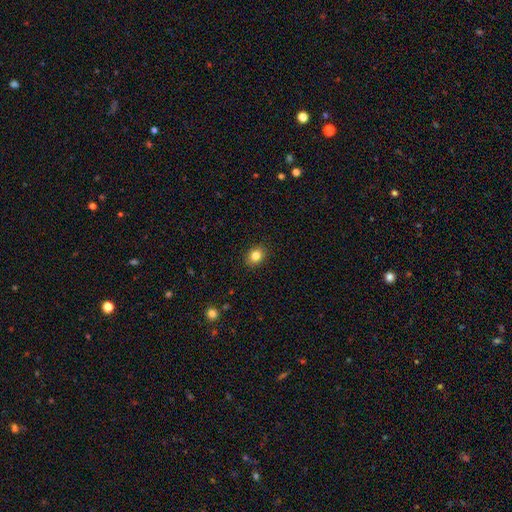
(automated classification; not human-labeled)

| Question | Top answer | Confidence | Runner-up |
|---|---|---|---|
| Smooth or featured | smooth | 83% | star or artifact (10%) |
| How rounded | round | 50% | in between (49%) |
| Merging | none | 89% | minor disturbance (8%) |